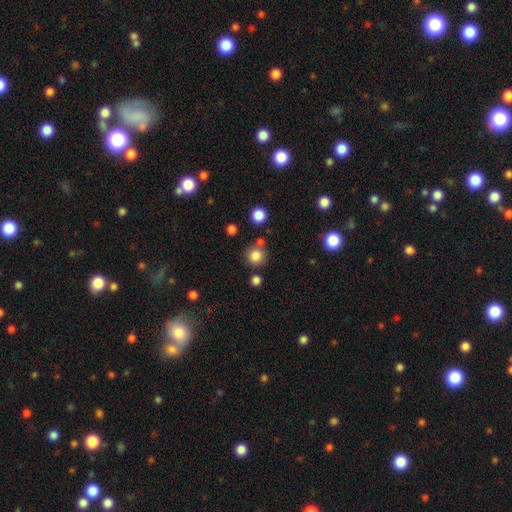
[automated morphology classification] smooth-or-featured: smooth: 83% | star or artifact: 12% | featured or disk: 5%
  how-rounded: round: 92% | in between: 7% | cigar-shaped: 1%
  merging: none: 75% | merger: 12% | minor disturbance: 9% | major disturbance: 3%